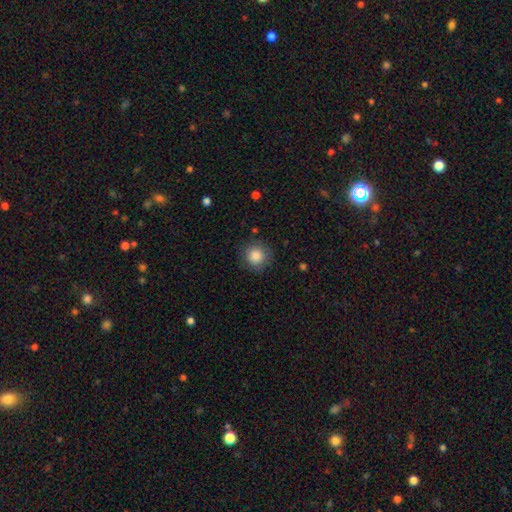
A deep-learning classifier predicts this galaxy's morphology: Smooth or featured? smooth (85%)
How rounded? round (93%)
Merging? none (86%)